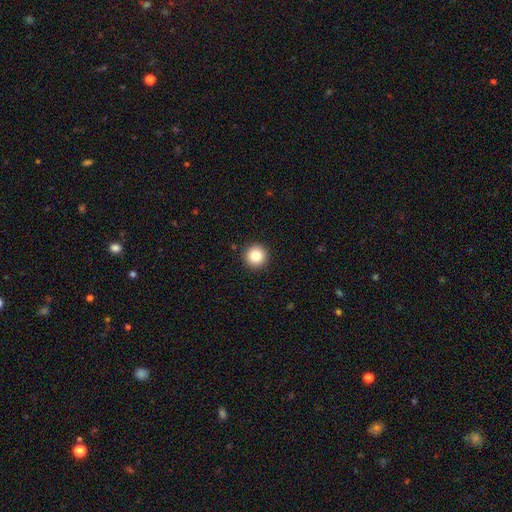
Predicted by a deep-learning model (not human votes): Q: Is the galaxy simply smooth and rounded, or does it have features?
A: smooth — 83%.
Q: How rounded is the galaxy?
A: round — 96%.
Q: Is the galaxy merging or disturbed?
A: none — 93%.